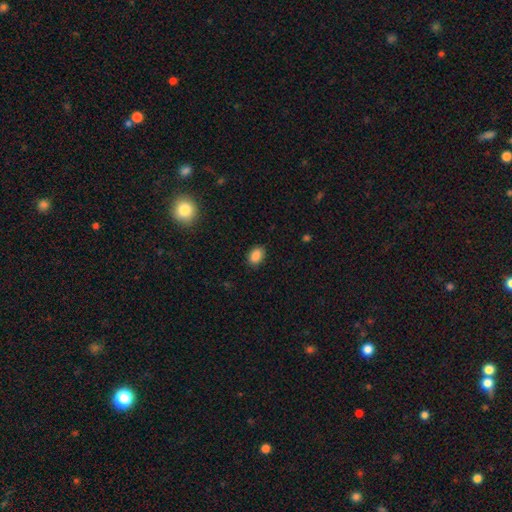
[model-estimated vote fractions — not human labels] A smooth galaxy with no disk features (87%) that is in between round and cigar-shaped (78%).

Vote fractions:
- Smooth or featured? smooth: 87% / star or artifact: 9% / featured or disk: 4%
- How rounded? in between: 78% / round: 21% / cigar-shaped: 1%
- Merging? none: 87% / minor disturbance: 10% / major disturbance: 2% / merger: 1%